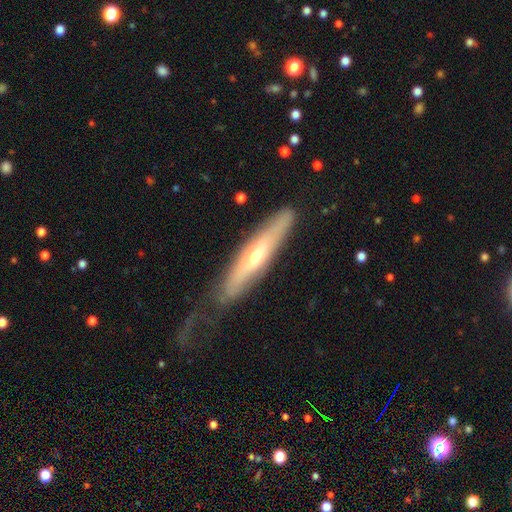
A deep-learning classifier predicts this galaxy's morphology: A featured or disk galaxy (59%) viewed edge-on (65%). Merging: none (58%).